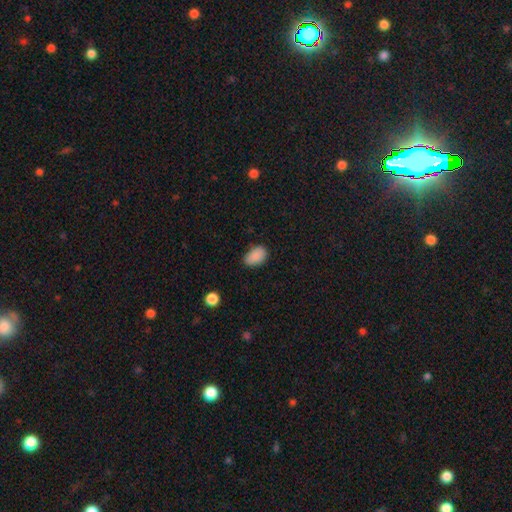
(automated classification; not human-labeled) smooth-or-featured: smooth: 88% | star or artifact: 8% | featured or disk: 4%
  how-rounded: in between: 90% | round: 9% | cigar-shaped: 1%
  merging: none: 77% | minor disturbance: 18% | major disturbance: 3% | merger: 1%